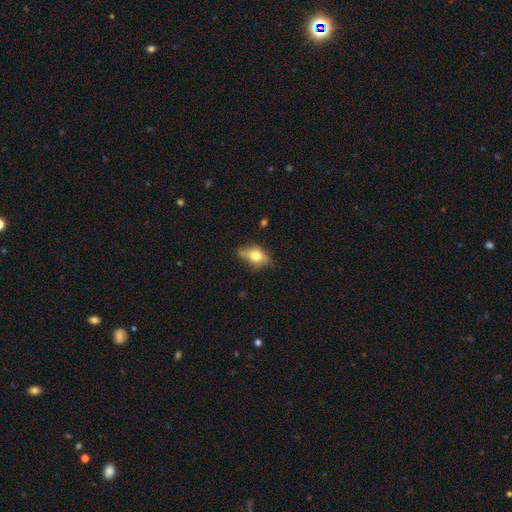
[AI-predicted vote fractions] smooth-or-featured: smooth: 63% | featured or disk: 28% | star or artifact: 9%
  how-rounded: in between: 80% | round: 13% | cigar-shaped: 7%
  merging: none: 54% | minor disturbance: 32% | major disturbance: 11% | merger: 3%